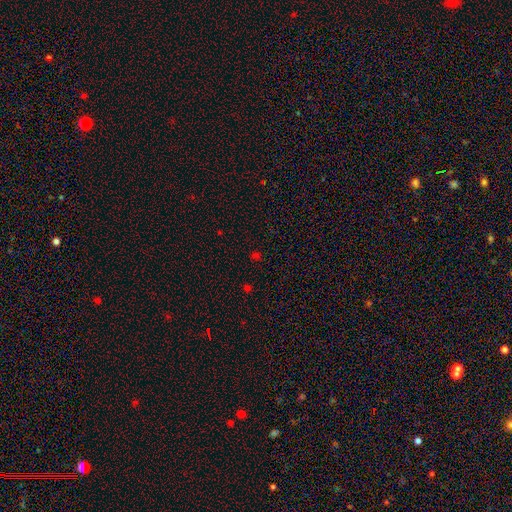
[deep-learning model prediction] smooth_or_featured: smooth (p=0.49) [alt: star or artifact p=0.45]
merging: none (p=0.81) [alt: minor disturbance p=0.10]